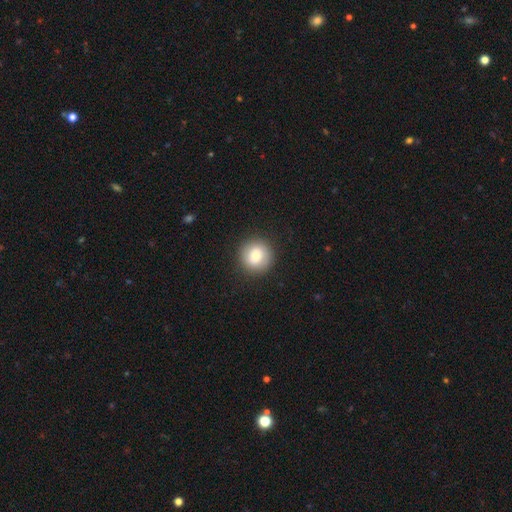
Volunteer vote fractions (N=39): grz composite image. It shows a smooth galaxy with no disk features (77%) that is round (93%). Merging: none (92%).